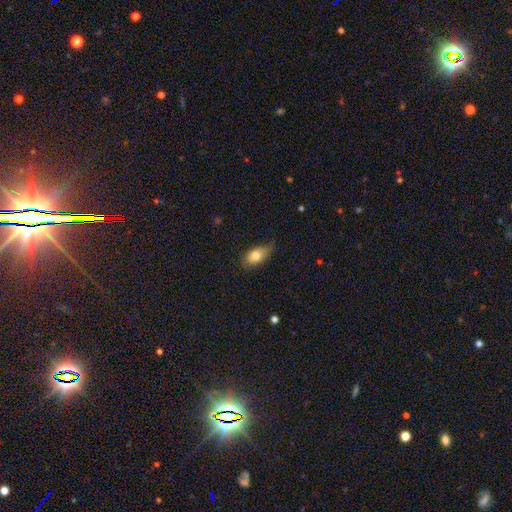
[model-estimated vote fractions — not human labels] Overall: smooth (78%). How rounded: in between (87%). Merging: none (66%; minor disturbance 28%).